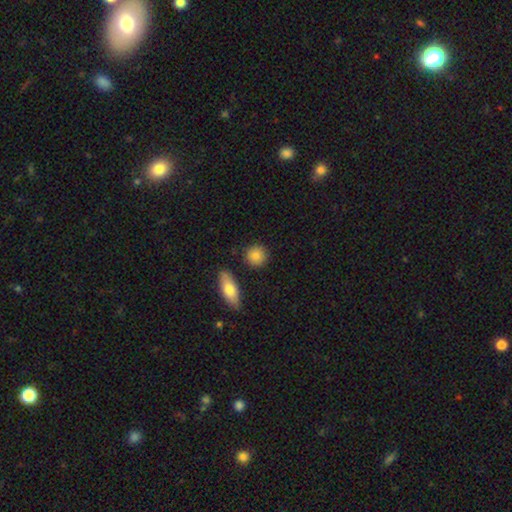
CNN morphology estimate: A smooth galaxy with no disk features (85%) that is round (86%).

Vote fractions:
- Smooth or featured? smooth: 85% / featured or disk: 8% / star or artifact: 7%
- How rounded? round: 86% / in between: 11% / cigar-shaped: 2%
- Merging? none: 86% / minor disturbance: 9% / merger: 3% / major disturbance: 2%